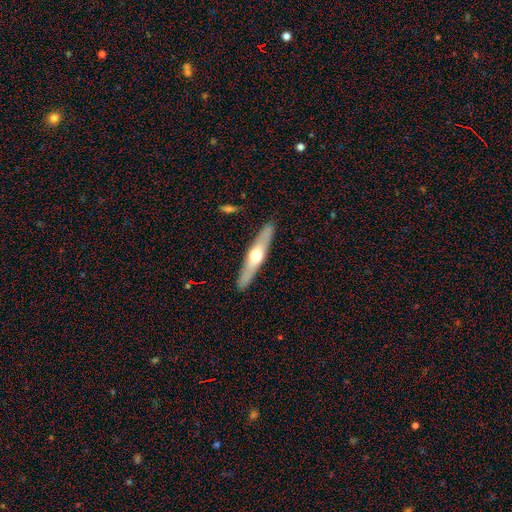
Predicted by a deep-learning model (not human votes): smooth-or-featured: featured or disk: 58% | smooth: 37% | star or artifact: 5%
  disk-edge-on: yes: 91% | no: 9%
    edge-on-bulge: rounded: 92% | none: 5% | boxy: 2%
  merging: none: 90% | minor disturbance: 7% | major disturbance: 2% | merger: 1%